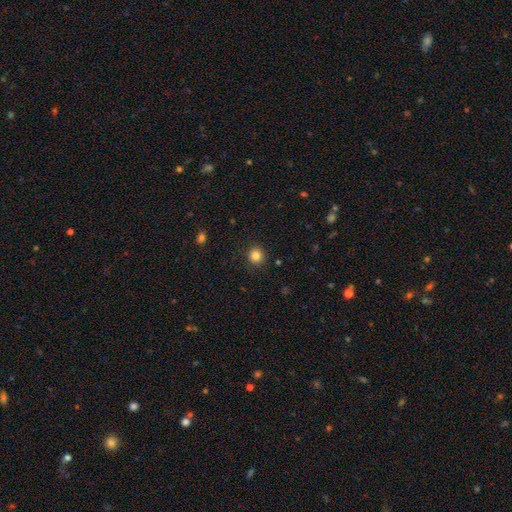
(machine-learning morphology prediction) smooth-or-featured: smooth: 84% | star or artifact: 11% | featured or disk: 5%
  how-rounded: round: 89% | in between: 10% | cigar-shaped: 1%
  merging: none: 90% | minor disturbance: 7% | major disturbance: 2% | merger: 1%